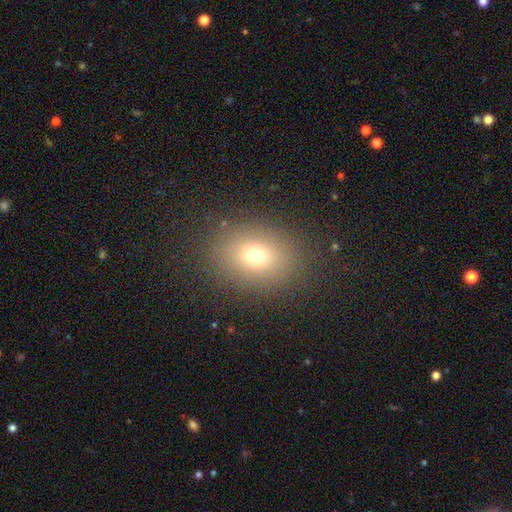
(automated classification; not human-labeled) Smooth or featured? Predicted: smooth (p=0.70). How rounded? Predicted: in between (p=0.56). Merging? Predicted: none (p=0.85).